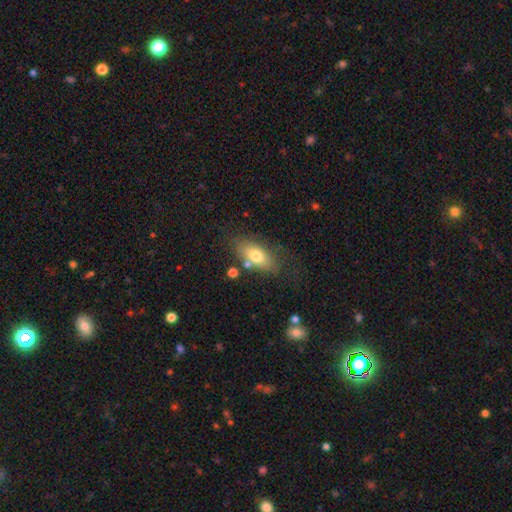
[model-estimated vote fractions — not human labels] A smooth galaxy with no disk features (73%) that is in between round and cigar-shaped (86%). Merging: none (71%).